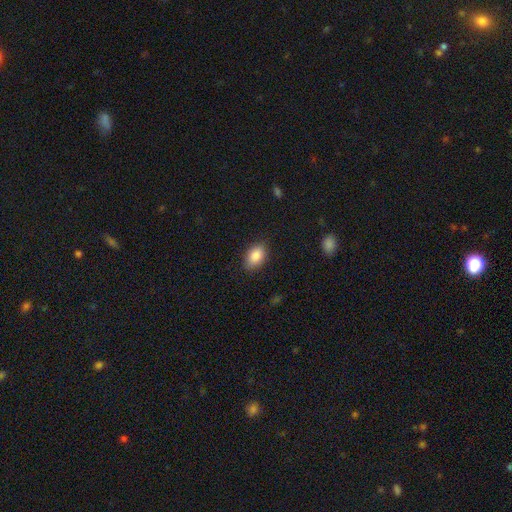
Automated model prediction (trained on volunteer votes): A smooth galaxy with no disk features (87%) that is in between round and cigar-shaped (86%).

Vote fractions:
- Smooth or featured? smooth: 87% / star or artifact: 8% / featured or disk: 6%
- How rounded? in between: 86% / round: 12% / cigar-shaped: 2%
- Merging? none: 83% / minor disturbance: 13% / major disturbance: 3% / merger: 1%